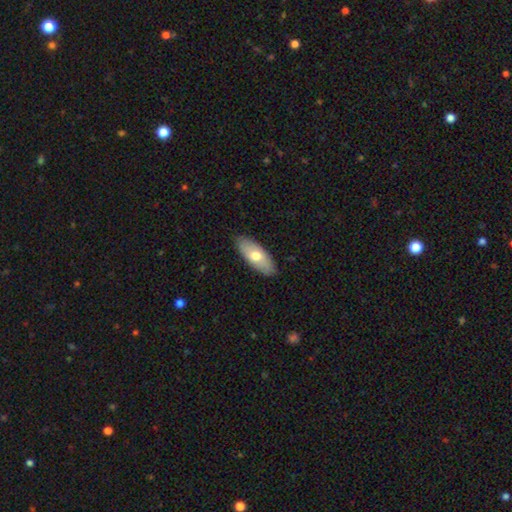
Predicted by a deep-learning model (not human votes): Overall: smooth (65%; featured or disk 30%). How rounded: in between (82%). Merging: none (85%).